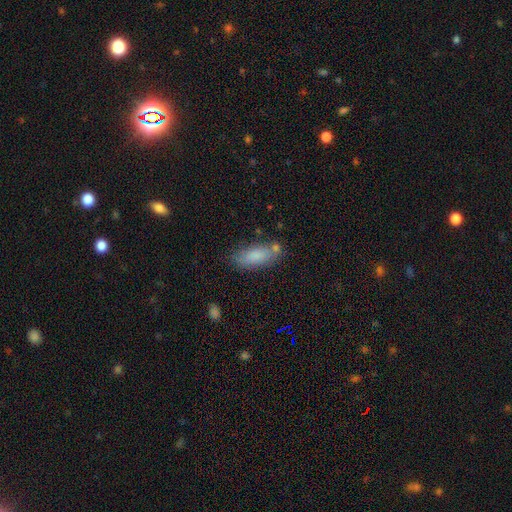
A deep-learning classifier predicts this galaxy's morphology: This is clearly a smooth galaxy (81%). How rounded: likely in between (73%). Merging: likely none (67%).